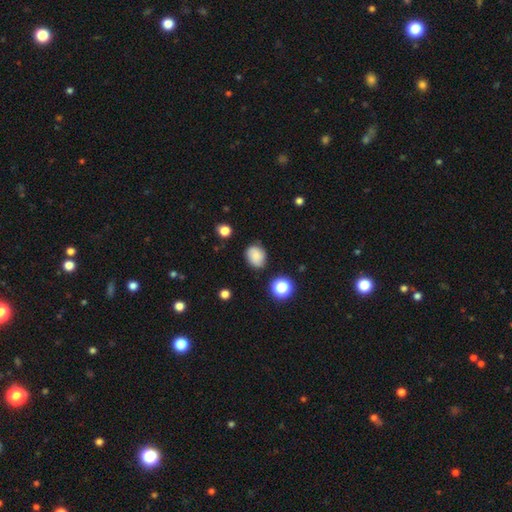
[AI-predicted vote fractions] Overall: smooth (74%). How rounded: round (56%; in between 43%). Merging: none (77%).